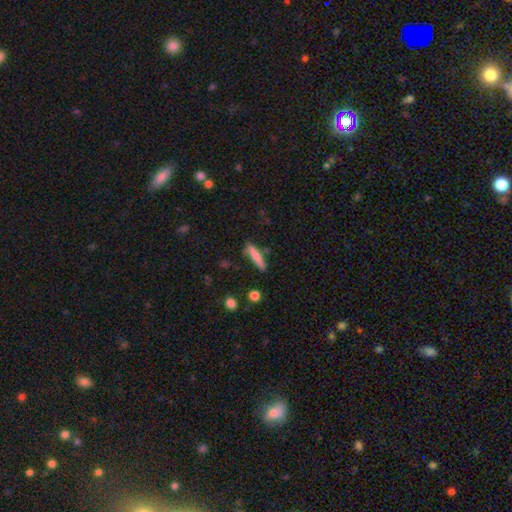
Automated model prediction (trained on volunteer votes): Smooth or featured?
  - smooth: 75% *
  - featured or disk: 18%
  - star or artifact: 7%
How rounded?
  - cigar-shaped: 85% *
  - in between: 13%
  - round: 2%
Merging?
  - none: 78% *
  - minor disturbance: 15%
  - merger: 4%
  - major disturbance: 3%